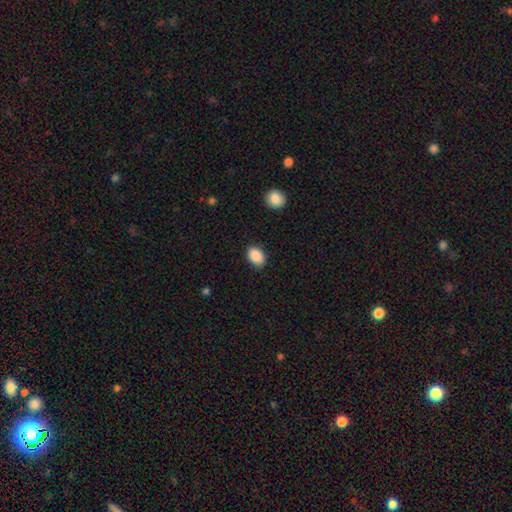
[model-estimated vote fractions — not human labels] A smooth galaxy with no disk features (89%) that is in between round and cigar-shaped (79%). Merging: none (86%).